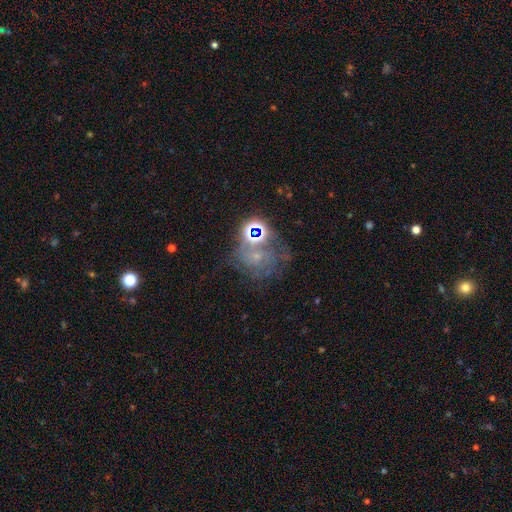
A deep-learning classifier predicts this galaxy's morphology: smooth-or-featured: featured or disk: 45% | star or artifact: 33% | smooth: 22%
  merging: none: 47% | major disturbance: 21% | minor disturbance: 18% | merger: 14%